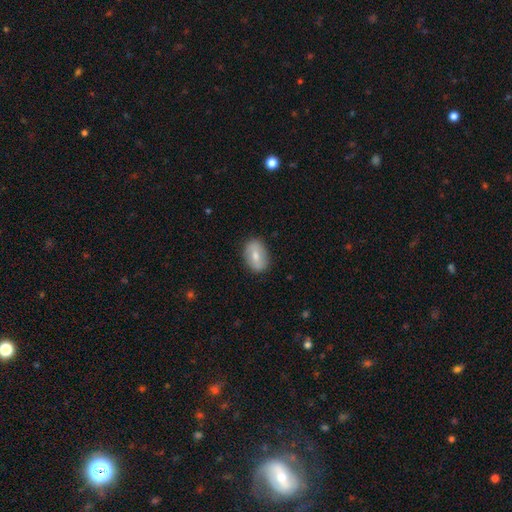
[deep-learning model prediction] This is likely a smooth galaxy (64%). How rounded: clearly in between (83%). Merging: clearly none (84%).